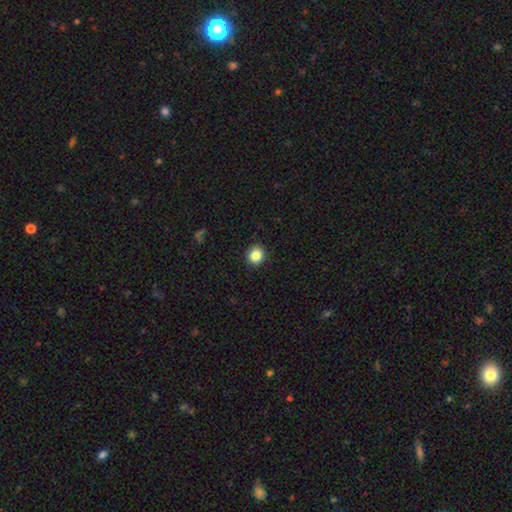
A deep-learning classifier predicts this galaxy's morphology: The model was most divided on "how rounded": round: 79%, in between: 20%, cigar-shaped: 1%. More confident: merging — none (91%); smooth or featured — smooth (86%).